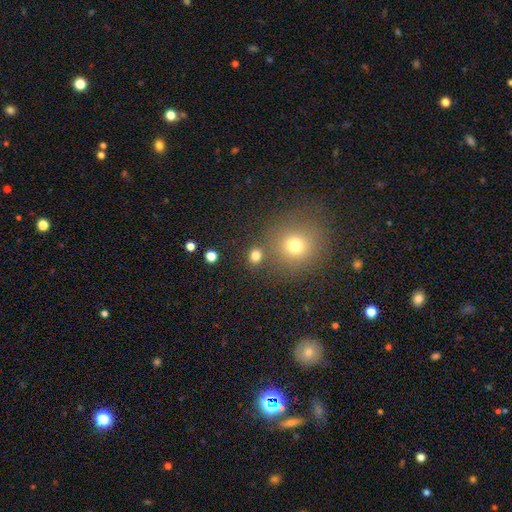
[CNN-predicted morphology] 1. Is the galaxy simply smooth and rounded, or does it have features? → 77% smooth, 17% star or artifact, 6% featured or disk.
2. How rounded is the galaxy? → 79% round, 20% in between, 1% cigar-shaped.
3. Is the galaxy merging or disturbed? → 78% none, 10% merger, 8% minor disturbance, 4% major disturbance.